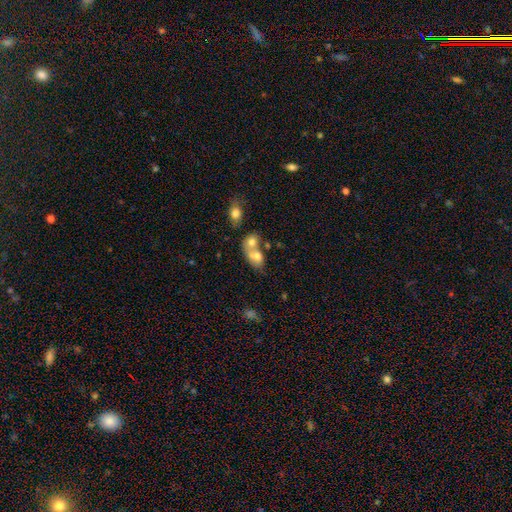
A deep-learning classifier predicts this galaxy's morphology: Smooth or featured: smooth — 66% (featured or disk — 24%)
How rounded: in between — 69% (round — 28%)
Merging: merger — 70% (none — 17%)